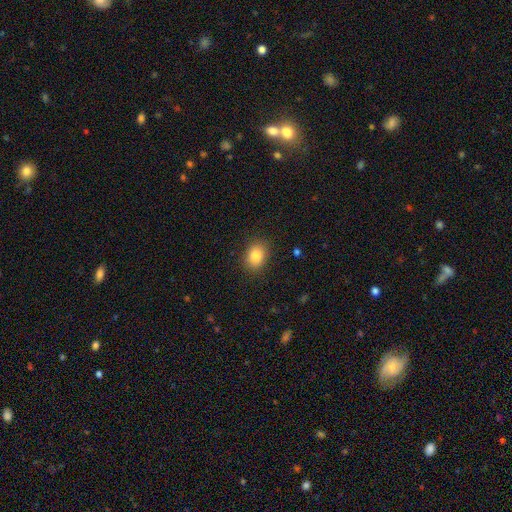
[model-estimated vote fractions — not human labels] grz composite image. It shows a smooth galaxy with no disk features (85%) that is in between round and cigar-shaped (67%). Merging: none (87%).